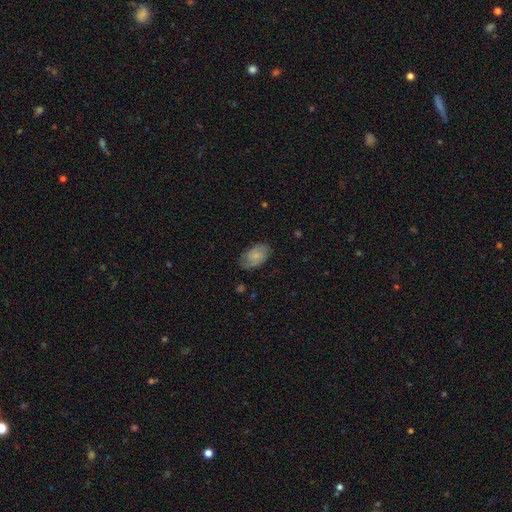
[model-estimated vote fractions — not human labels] Smooth or featured? smooth (63%)
How rounded? in between (92%)
Merging? none (72%)